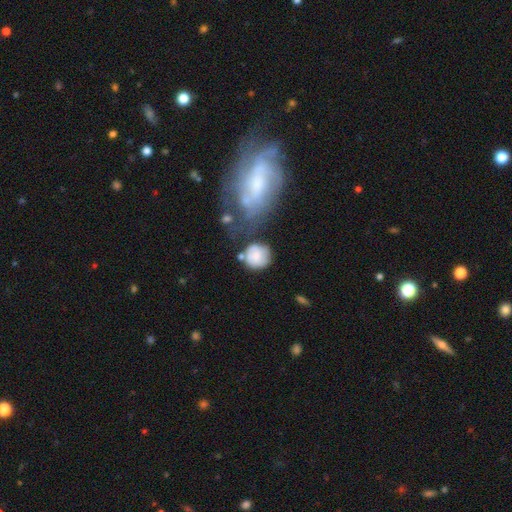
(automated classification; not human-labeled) Morphology: type=smooth (65%); roundness=round (84%); merging=none (49%).